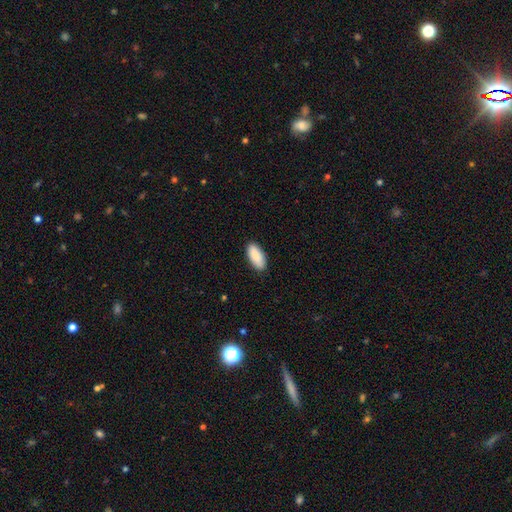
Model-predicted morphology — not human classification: type=smooth (90%); roundness=in between (90%); merging=none (89%).